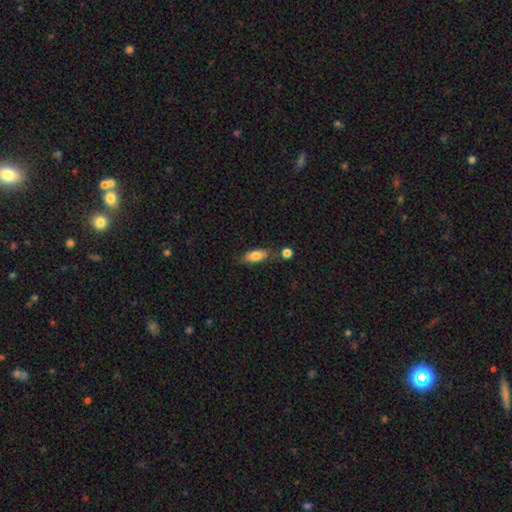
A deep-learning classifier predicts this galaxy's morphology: A smooth galaxy with no disk features (79%) that is in between round and cigar-shaped (80%).

Vote fractions:
- Smooth or featured? smooth: 79% / featured or disk: 14% / star or artifact: 7%
- How rounded? in between: 80% / cigar-shaped: 16% / round: 3%
- Merging? none: 63% / minor disturbance: 18% / merger: 14% / major disturbance: 5%